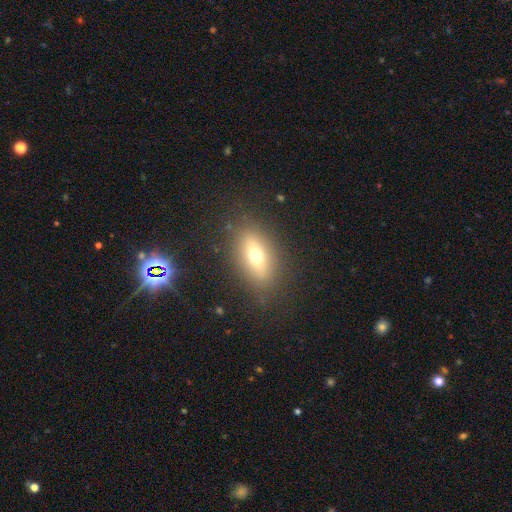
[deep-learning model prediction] Smooth or featured? Predicted: smooth (p=0.62). How rounded? Predicted: in between (p=0.77). Merging? Predicted: none (p=0.83).